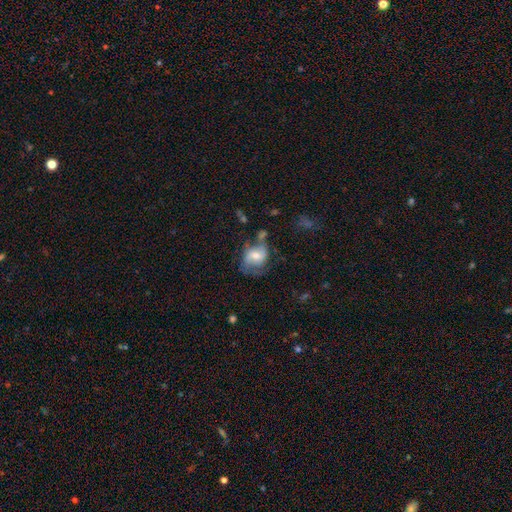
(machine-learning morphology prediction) This appears to be a featured or disk galaxy (53%) with a weak bar (43%), spiral arms (78%) and a moderate central bulge (58%). Merging: none (46%).